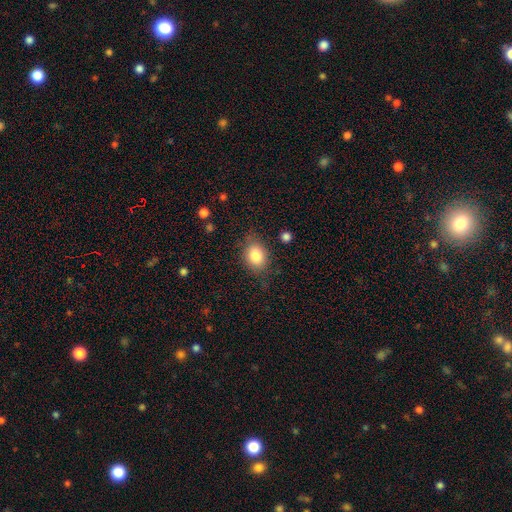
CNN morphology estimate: Smooth or featured? smooth (83%)
How rounded? in between (66%)
Merging? none (75%)